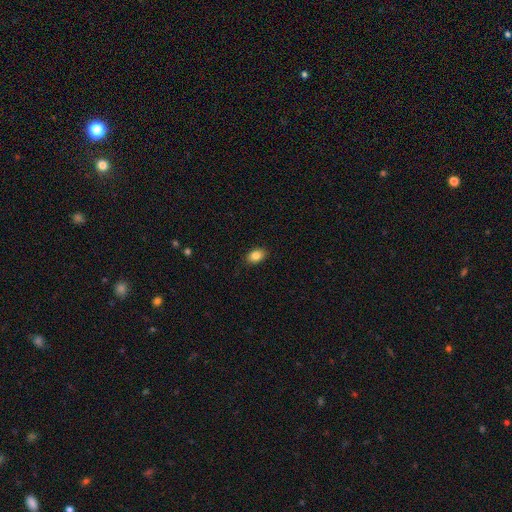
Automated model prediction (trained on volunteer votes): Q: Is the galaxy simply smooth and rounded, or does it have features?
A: smooth — 85%.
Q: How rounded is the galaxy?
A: in between — 85%.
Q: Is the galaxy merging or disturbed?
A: none — 88%.